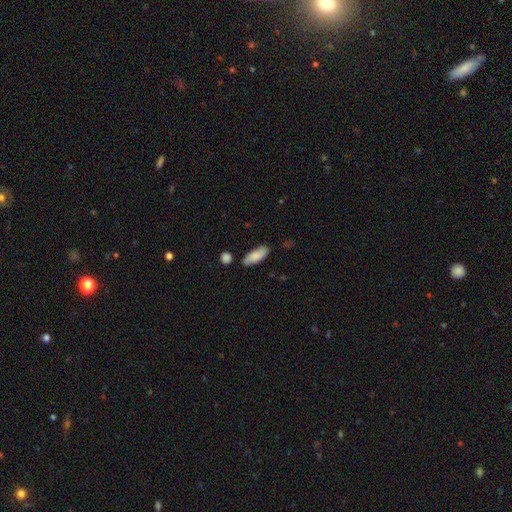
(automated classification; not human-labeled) smooth_or_featured: smooth (p=0.78) [alt: featured or disk p=0.16]
how_rounded: in between (p=0.76) [alt: cigar-shaped p=0.22]
merging: none (p=0.78) [alt: minor disturbance p=0.15]